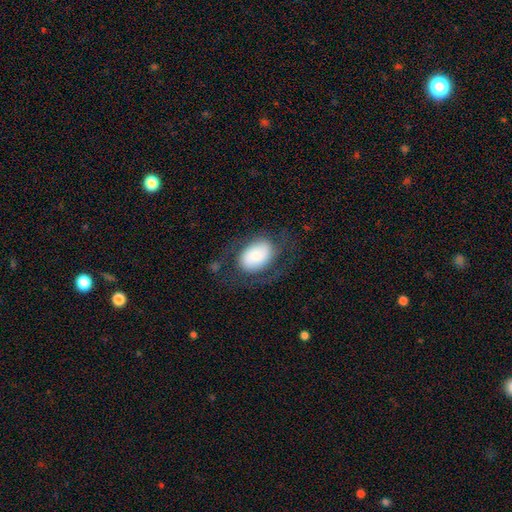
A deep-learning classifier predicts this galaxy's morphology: Q: Smooth or featured?
A: smooth (58%); runner-up: featured or disk (34%)
Q: How rounded?
A: in between (87%); runner-up: round (12%)
Q: Merging?
A: none (58%); runner-up: major disturbance (20%)